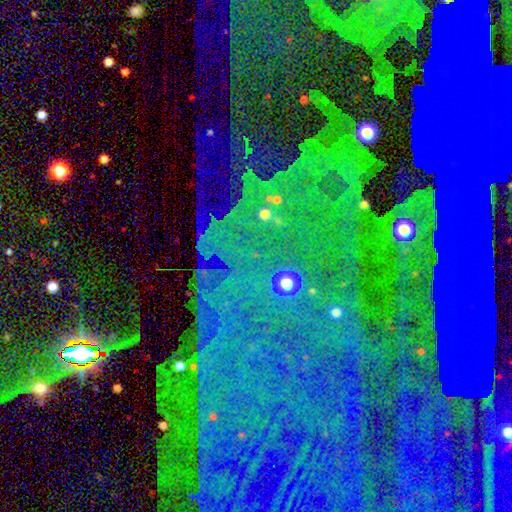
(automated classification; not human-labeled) A star or artifact, not a galaxy (73%).